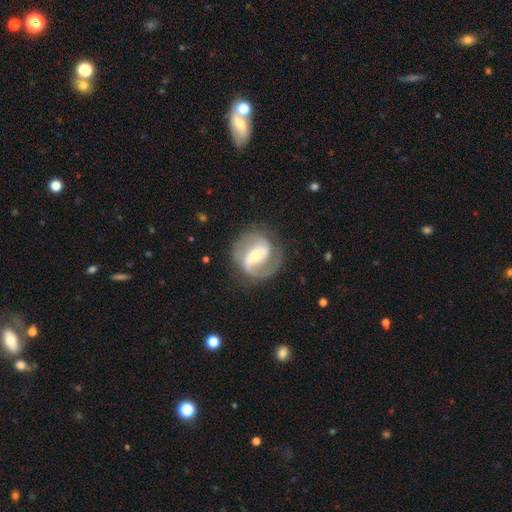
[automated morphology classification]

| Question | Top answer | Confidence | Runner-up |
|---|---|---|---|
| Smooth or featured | featured or disk | 83% | smooth (12%) |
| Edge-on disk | no | 97% | yes (3%) |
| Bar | weak | 38% | strong (37%) |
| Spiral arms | yes | 93% | no (7%) |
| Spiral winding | medium | 49% | tight (26%) |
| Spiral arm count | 2 | 77% | 1 (14%) |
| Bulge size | moderate | 47% | small (46%) |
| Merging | none | 74% | minor disturbance (15%) |